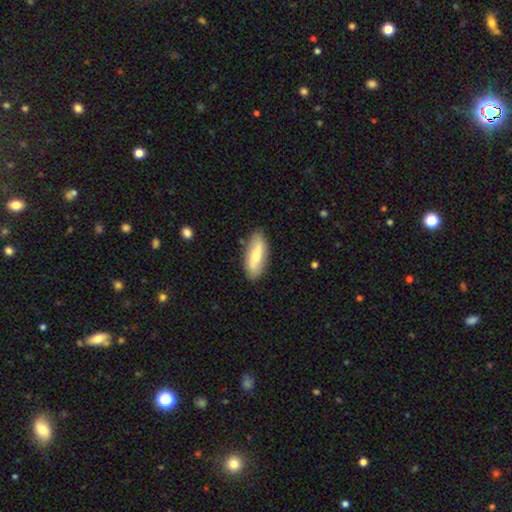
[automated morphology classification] Smooth or featured?
  - smooth: 60% *
  - featured or disk: 34%
  - star or artifact: 6%
How rounded?
  - in between: 74% *
  - cigar-shaped: 23%
  - round: 2%
Merging?
  - none: 82% *
  - minor disturbance: 13%
  - major disturbance: 3%
  - merger: 2%